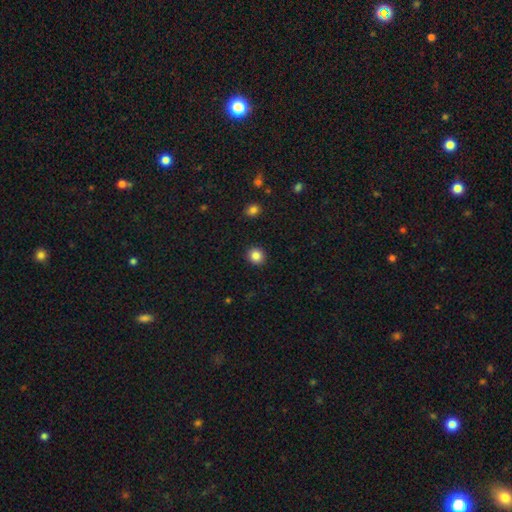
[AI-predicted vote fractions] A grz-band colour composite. It shows a smooth galaxy with no disk features (86%) that is round (87%). Merging: none (92%).